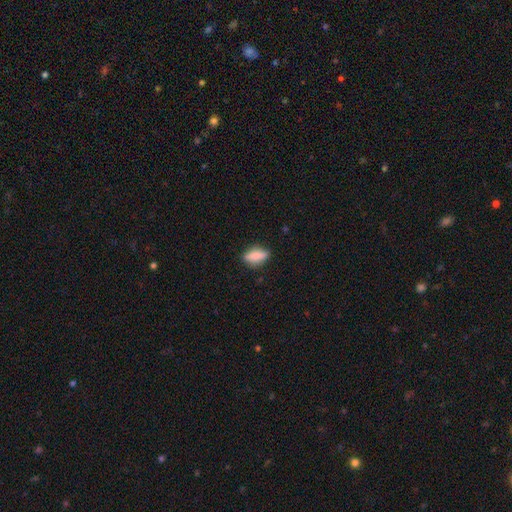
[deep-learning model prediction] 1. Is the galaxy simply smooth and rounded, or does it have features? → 76% smooth, 17% featured or disk, 8% star or artifact.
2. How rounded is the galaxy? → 62% in between, 33% cigar-shaped, 5% round.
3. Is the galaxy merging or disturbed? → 82% none, 13% minor disturbance, 3% major disturbance, 1% merger.